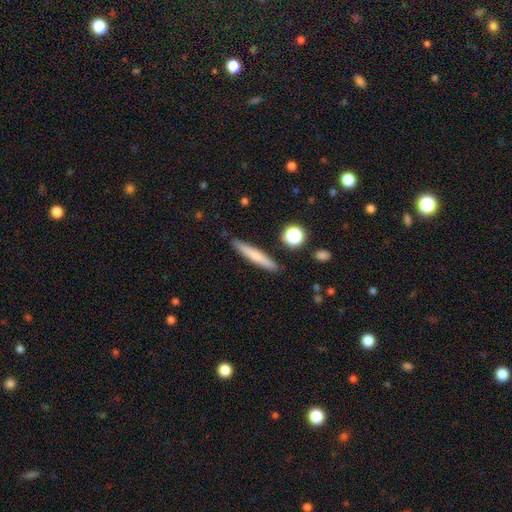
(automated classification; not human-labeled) smooth-or-featured: smooth: 68% | featured or disk: 25% | star or artifact: 7%
  how-rounded: cigar-shaped: 93% | in between: 5% | round: 2%
  merging: none: 89% | minor disturbance: 8% | merger: 2% | major disturbance: 2%